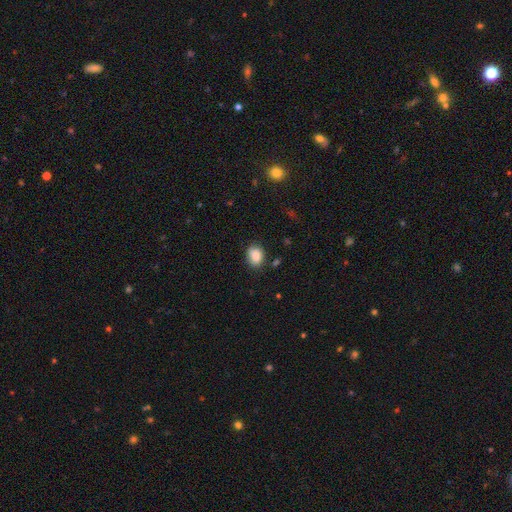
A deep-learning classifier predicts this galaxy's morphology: type=smooth (86%); roundness=in between (64%); merging=none (77%).